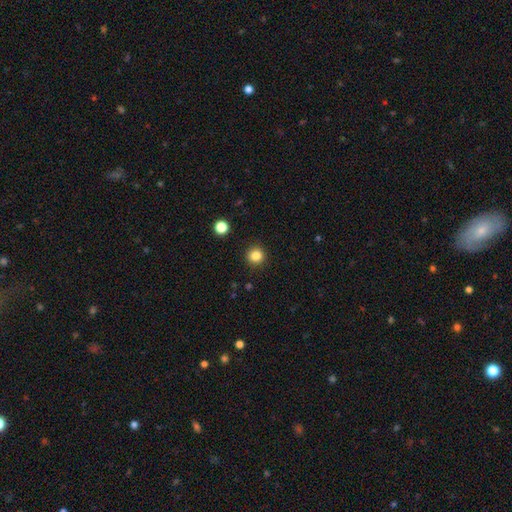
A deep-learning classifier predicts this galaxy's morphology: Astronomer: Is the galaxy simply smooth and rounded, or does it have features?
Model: smooth — 84%.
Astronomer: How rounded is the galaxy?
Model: round — 95%.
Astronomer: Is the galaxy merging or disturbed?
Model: none — 92%.